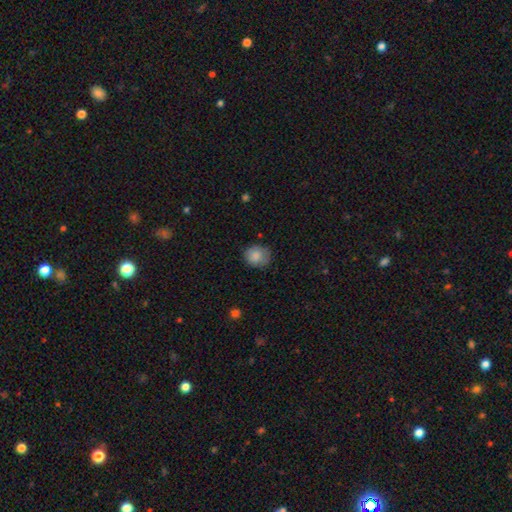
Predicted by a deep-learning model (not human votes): This appears to be a smooth galaxy with no disk features (85%) that is round (71%). Merging: none (68%).